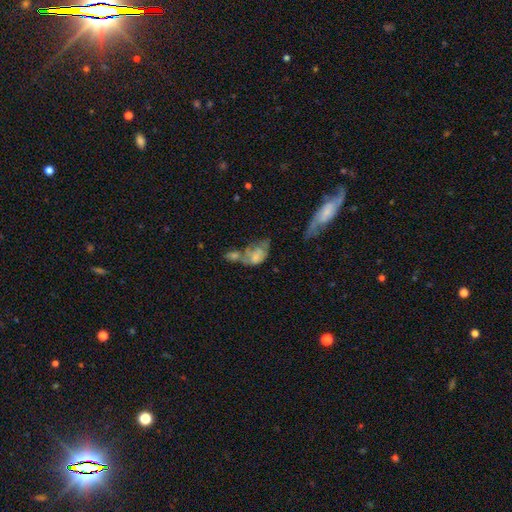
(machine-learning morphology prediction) Smooth or featured? smooth (51%)
How rounded? in between (87%)
Merging? merger (49%)